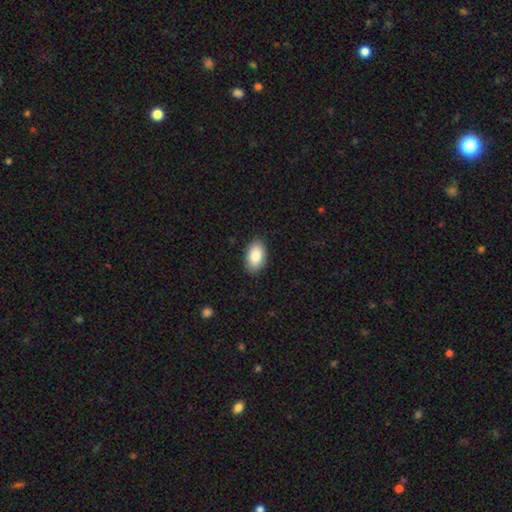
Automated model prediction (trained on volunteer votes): Q: Smooth or featured?
A: smooth (87%); runner-up: featured or disk (7%)
Q: How rounded?
A: in between (94%); runner-up: round (4%)
Q: Merging?
A: none (87%); runner-up: minor disturbance (10%)